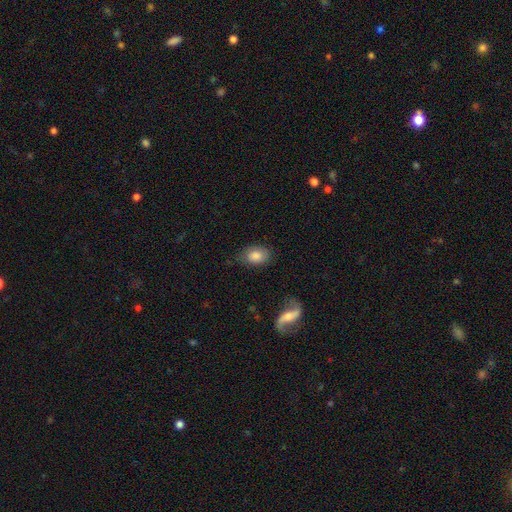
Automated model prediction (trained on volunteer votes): This is likely a smooth galaxy (80%). How rounded: likely in between (79%). Merging: likely none (71%).